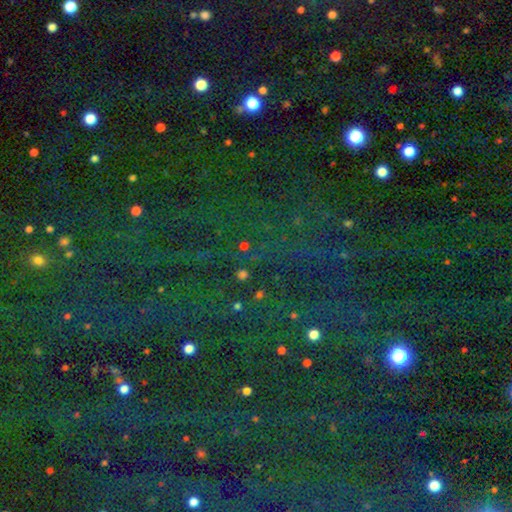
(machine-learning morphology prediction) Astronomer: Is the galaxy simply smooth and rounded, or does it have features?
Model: star or artifact — 80%.